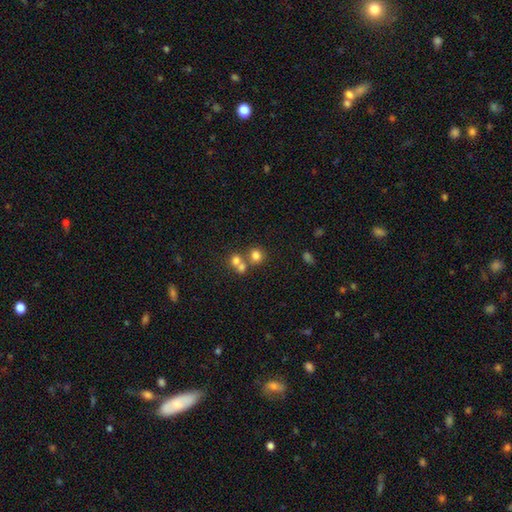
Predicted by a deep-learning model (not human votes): smooth_or_featured: smooth (p=0.72) [alt: star or artifact p=0.16]
how_rounded: round (p=0.84) [alt: in between p=0.15]
merging: none (p=0.52) [alt: merger p=0.37]